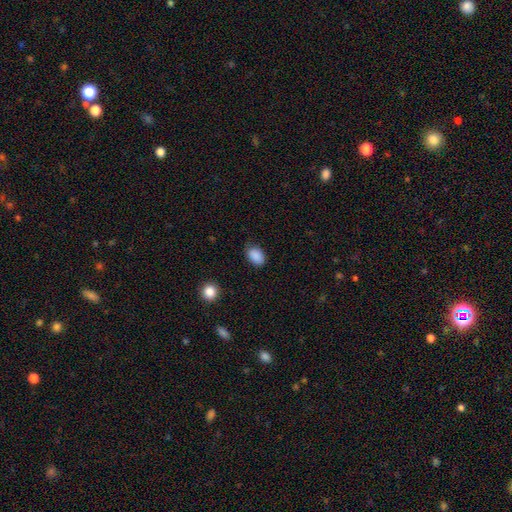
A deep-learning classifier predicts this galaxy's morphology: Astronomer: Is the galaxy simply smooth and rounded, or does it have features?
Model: smooth — 89%.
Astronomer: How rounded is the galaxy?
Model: in between — 83%.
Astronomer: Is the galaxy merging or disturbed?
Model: none — 79%.